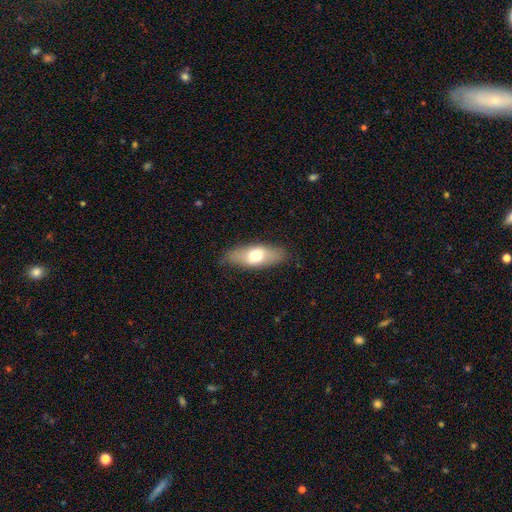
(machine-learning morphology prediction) smooth_or_featured: smooth (p=0.63) [alt: featured or disk p=0.30]
how_rounded: in between (p=0.74) [alt: cigar-shaped p=0.22]
merging: none (p=0.80) [alt: minor disturbance p=0.15]